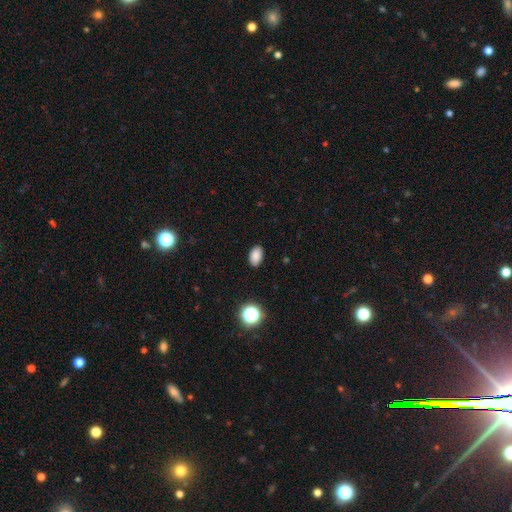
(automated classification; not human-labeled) This appears to be a smooth galaxy with no disk features (85%) that is in between round and cigar-shaped (90%). Merging: none (89%).